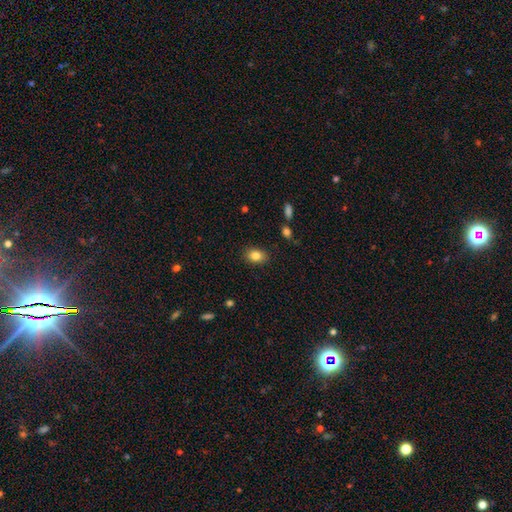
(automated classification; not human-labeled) This is clearly a smooth galaxy (84%). How rounded: likely in between (71%). Merging: clearly none (87%).